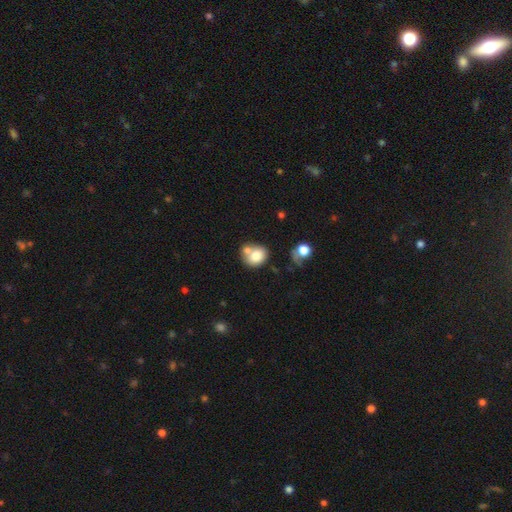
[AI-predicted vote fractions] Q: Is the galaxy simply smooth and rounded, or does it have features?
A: smooth — 76%.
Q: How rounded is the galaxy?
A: round — 62%.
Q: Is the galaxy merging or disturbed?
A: merger — 42%.